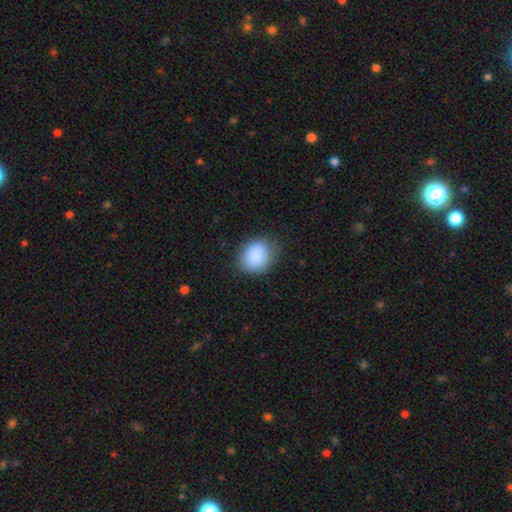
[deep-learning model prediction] A smooth galaxy with no disk features (88%) that is round (54%). Merging: none (79%).